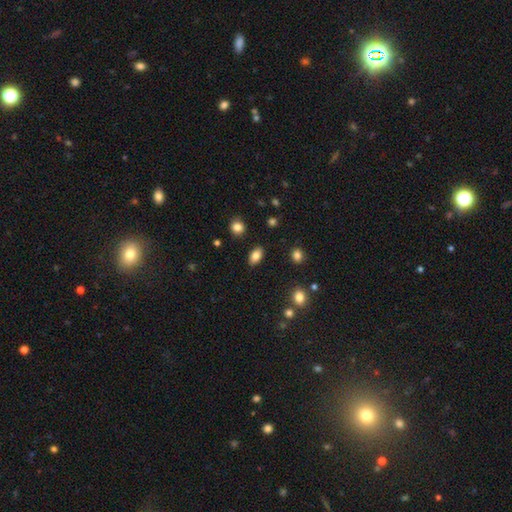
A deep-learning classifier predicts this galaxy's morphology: Smooth or featured?
  - smooth: 83% *
  - star or artifact: 9%
  - featured or disk: 8%
How rounded?
  - in between: 88% *
  - round: 9%
  - cigar-shaped: 3%
Merging?
  - none: 87% *
  - minor disturbance: 9%
  - major disturbance: 2%
  - merger: 2%